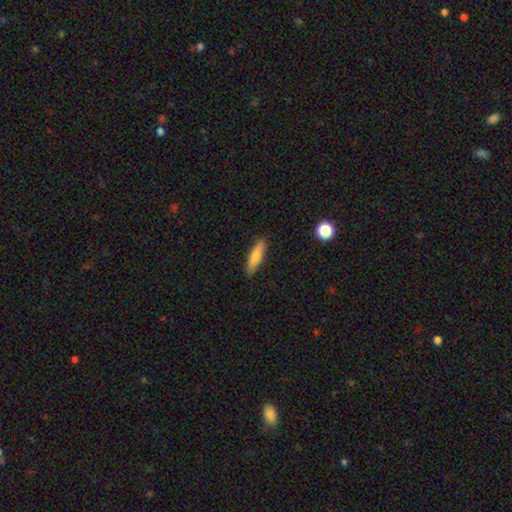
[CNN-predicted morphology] smooth 71%, featured or disk 23%, star or artifact 7%. Down the decision tree: how rounded — cigar-shaped (71%); merging — none (88%).